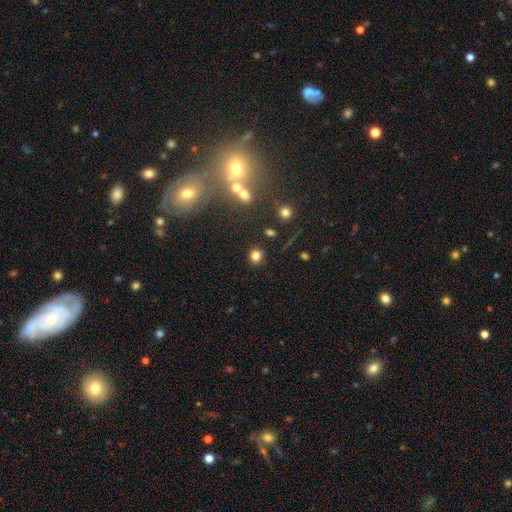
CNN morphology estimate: This appears to be a smooth galaxy with no disk features (80%) that is round (80%). Merging: none (86%).